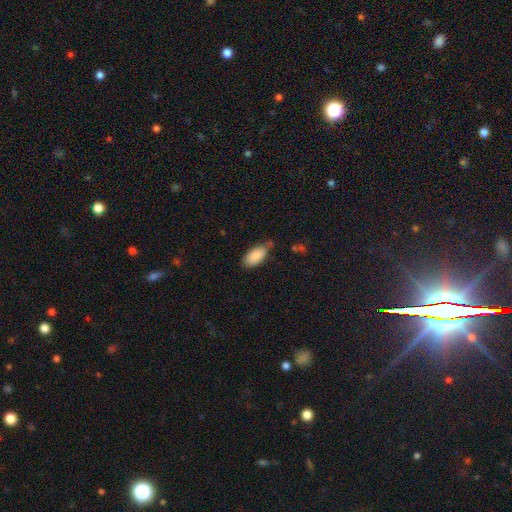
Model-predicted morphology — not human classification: type=smooth (88%); roundness=in between (93%); merging=none (64%).